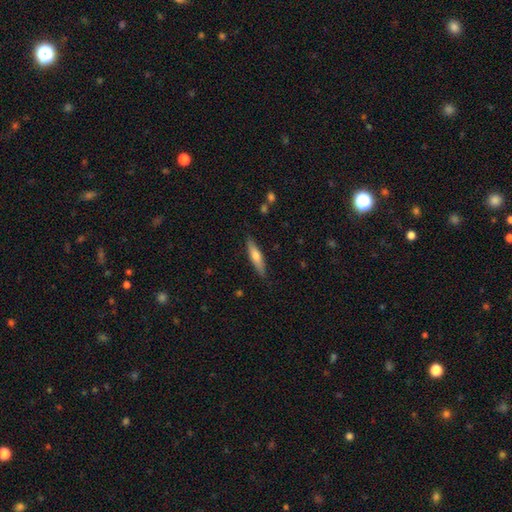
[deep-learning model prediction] Overall: smooth (56%; featured or disk 38%). How rounded: cigar-shaped (81%). Merging: none (87%).